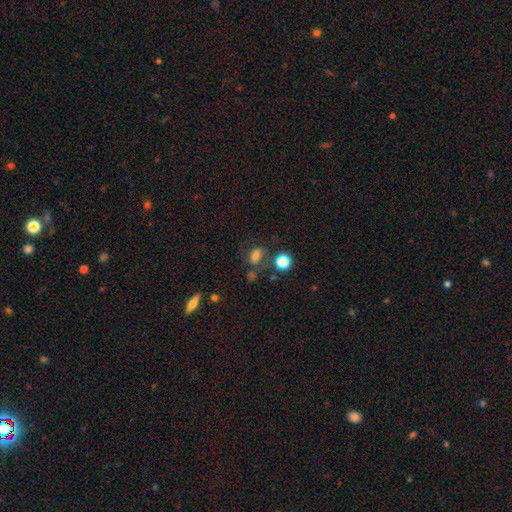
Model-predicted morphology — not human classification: A smooth galaxy with no disk features (70%) that is in between round and cigar-shaped (64%). Merging: none (61%).